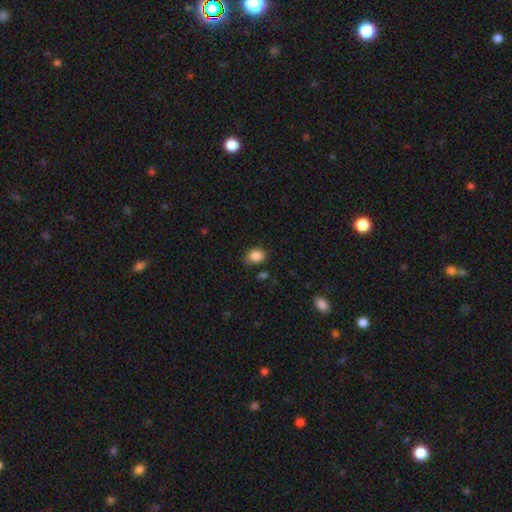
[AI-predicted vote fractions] Smooth or featured: smooth — 87% (star or artifact — 9%)
How rounded: in between — 62% (round — 37%)
Merging: none — 76% (minor disturbance — 18%)